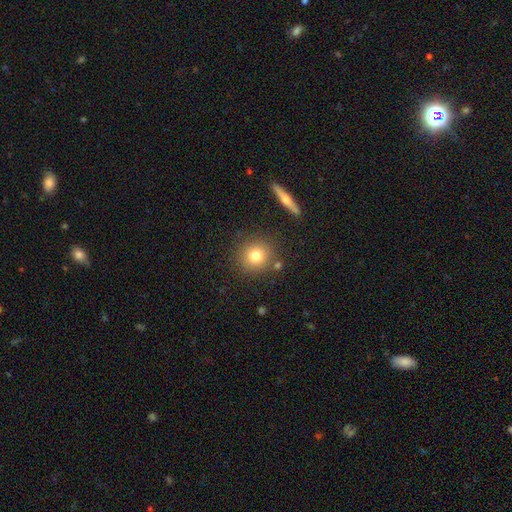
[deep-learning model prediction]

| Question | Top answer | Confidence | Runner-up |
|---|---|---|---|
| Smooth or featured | smooth | 78% | featured or disk (12%) |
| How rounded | round | 90% | in between (8%) |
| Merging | none | 83% | minor disturbance (9%) |